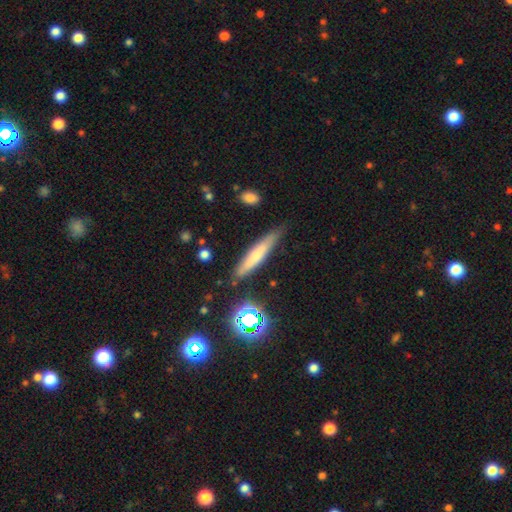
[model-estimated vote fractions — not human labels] The model was most divided on "smooth or featured": smooth: 58%, featured or disk: 32%, star or artifact: 10%. More confident: how rounded — cigar-shaped (90%); merging — none (79%).